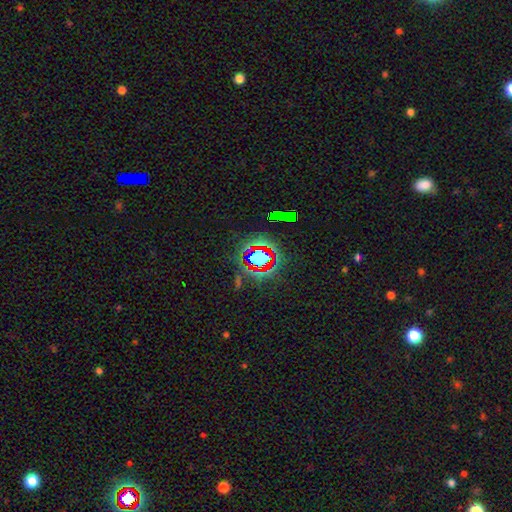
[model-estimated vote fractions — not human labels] Smooth or featured?
  - star or artifact: 66% *
  - smooth: 22%
  - featured or disk: 13%